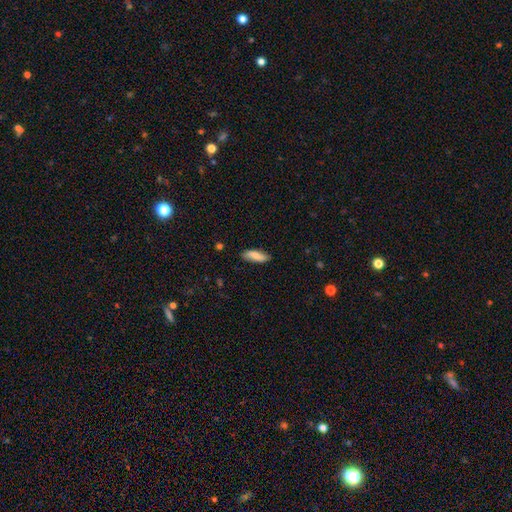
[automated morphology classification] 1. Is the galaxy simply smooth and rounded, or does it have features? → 78% smooth, 16% featured or disk, 6% star or artifact.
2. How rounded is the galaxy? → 59% in between, 39% cigar-shaped, 2% round.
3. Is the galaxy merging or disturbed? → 82% none, 14% minor disturbance, 3% major disturbance, 1% merger.